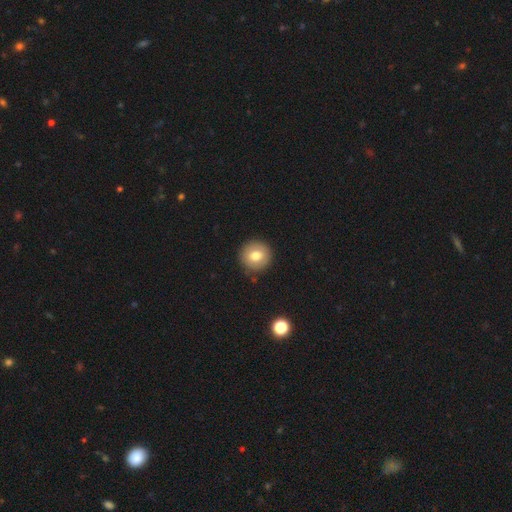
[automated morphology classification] smooth_or_featured: smooth (p=0.76) [alt: featured or disk p=0.14]
how_rounded: round (p=0.93) [alt: in between p=0.06]
merging: none (p=0.90) [alt: minor disturbance p=0.06]